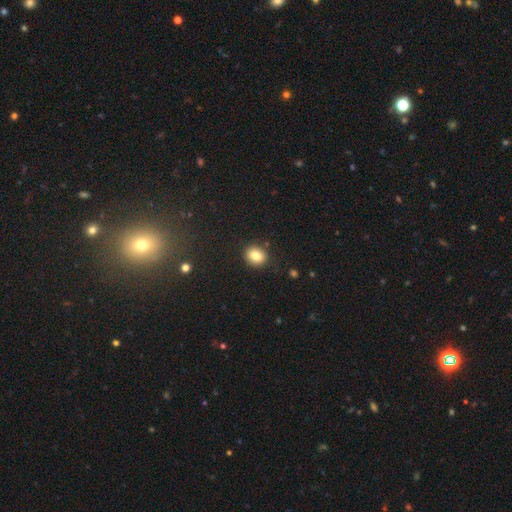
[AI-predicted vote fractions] A smooth galaxy with no disk features (83%) that is round (60%).

Vote fractions:
- Smooth or featured? smooth: 83% / star or artifact: 10% / featured or disk: 7%
- How rounded? round: 60% / in between: 39% / cigar-shaped: 1%
- Merging? none: 87% / minor disturbance: 8% / major disturbance: 2% / merger: 2%